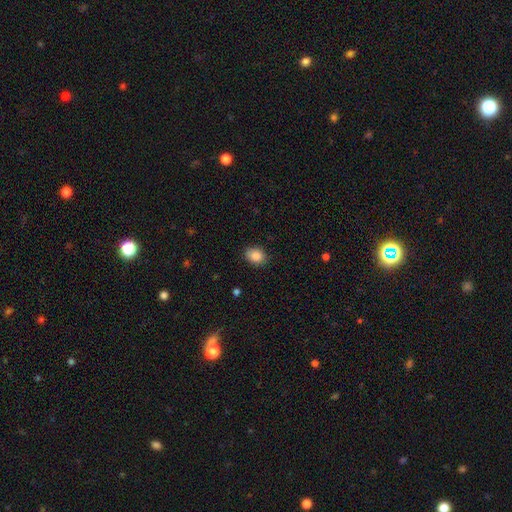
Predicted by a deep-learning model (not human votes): smooth-or-featured: smooth: 86% | star or artifact: 9% | featured or disk: 5%
  how-rounded: in between: 60% | round: 39% | cigar-shaped: 1%
  merging: none: 85% | minor disturbance: 12% | major disturbance: 2% | merger: 1%